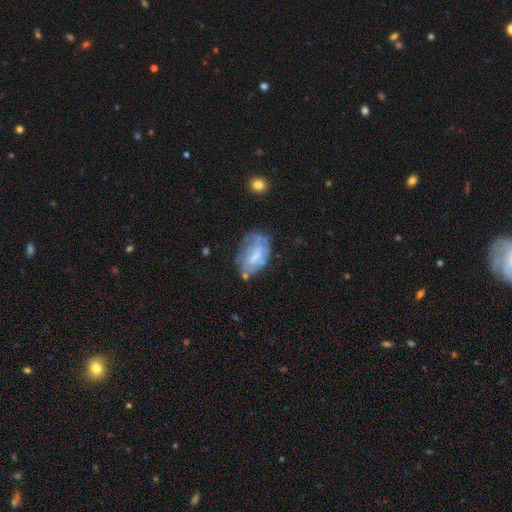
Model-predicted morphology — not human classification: smooth-or-featured: featured or disk: 47% | smooth: 44% | star or artifact: 9%
  merging: none: 44% | minor disturbance: 29% | major disturbance: 20% | merger: 8%